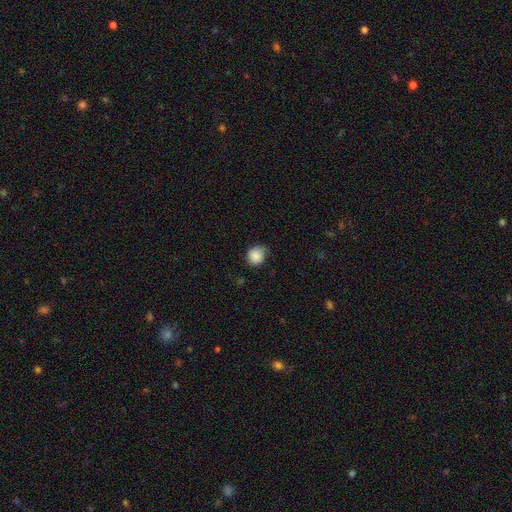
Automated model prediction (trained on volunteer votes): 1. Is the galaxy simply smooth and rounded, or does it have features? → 86% smooth, 9% star or artifact, 6% featured or disk.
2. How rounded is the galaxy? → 81% round, 18% in between, 1% cigar-shaped.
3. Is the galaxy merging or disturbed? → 61% none, 31% minor disturbance, 6% major disturbance, 1% merger.